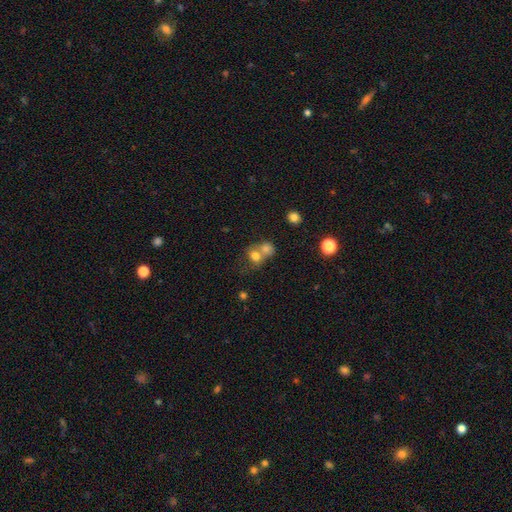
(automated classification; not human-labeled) smooth_or_featured: smooth (p=0.74) [alt: featured or disk p=0.14]
how_rounded: round (p=0.66) [alt: in between p=0.33]
merging: merger (p=0.62) [alt: none p=0.27]